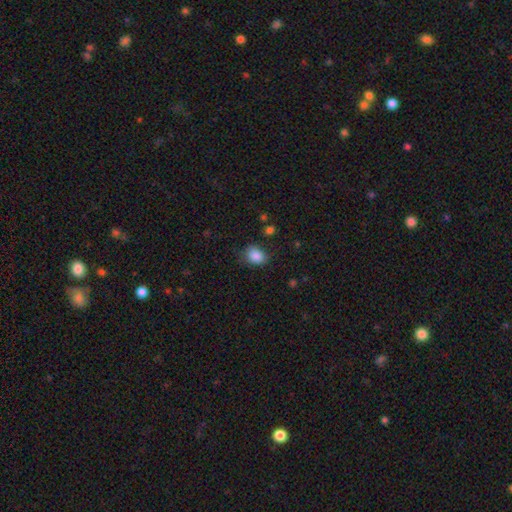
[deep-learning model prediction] This appears to be a smooth galaxy with no disk features (86%) that is in between round and cigar-shaped (61%). Merging: none (72%).